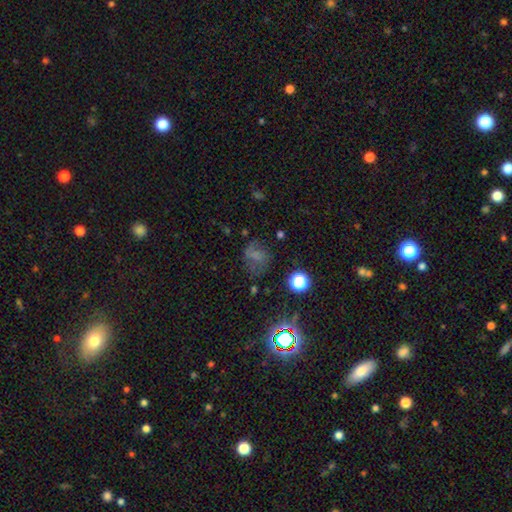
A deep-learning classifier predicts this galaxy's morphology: Smooth or featured: smooth — 50% (star or artifact — 29%)
How rounded: round — 56% (in between — 43%)
Merging: none — 54% (minor disturbance — 23%)